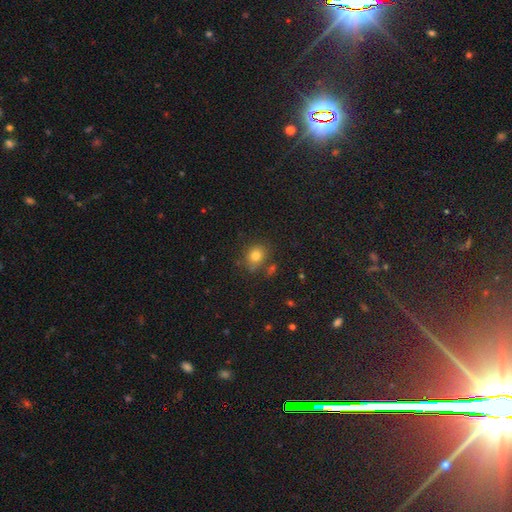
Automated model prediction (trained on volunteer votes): Q: Smooth or featured?
A: smooth (78%); runner-up: star or artifact (14%)
Q: How rounded?
A: round (69%); runner-up: in between (30%)
Q: Merging?
A: none (74%); runner-up: minor disturbance (14%)